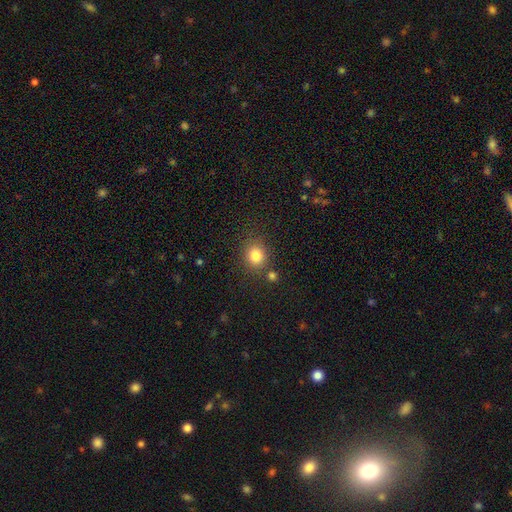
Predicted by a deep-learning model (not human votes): Overall: smooth (82%). How rounded: round (82%). Merging: none (79%).